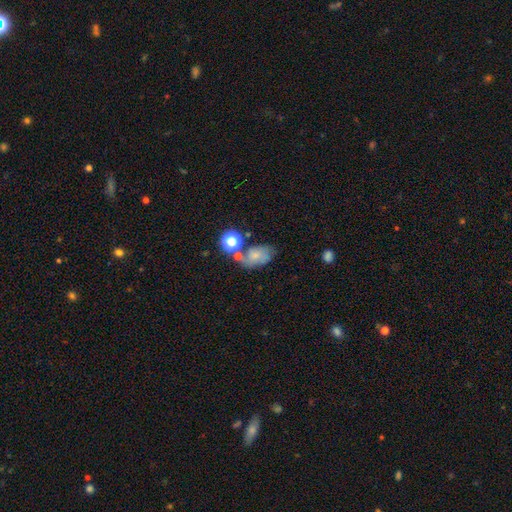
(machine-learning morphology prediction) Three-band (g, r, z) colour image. It shows a smooth galaxy with no disk features (61%) that is in between round and cigar-shaped (80%). Merging: none (47%).